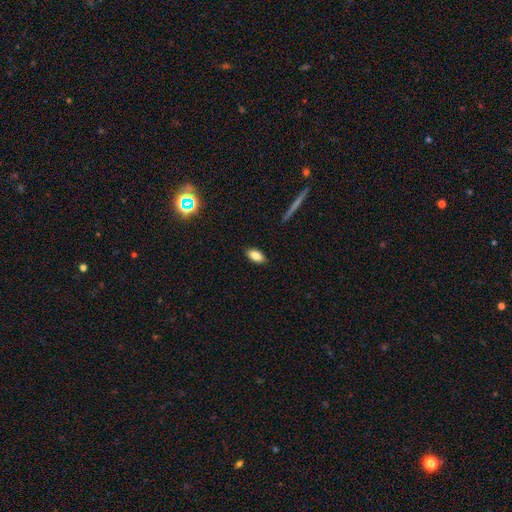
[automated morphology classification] This is clearly a smooth galaxy (83%). How rounded: clearly in between (90%). Merging: clearly none (89%).